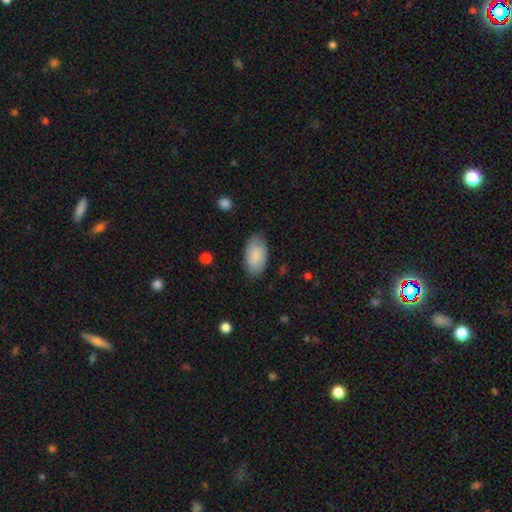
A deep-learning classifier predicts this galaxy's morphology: smooth-or-featured: smooth: 85% | featured or disk: 9% | star or artifact: 6%
  how-rounded: in between: 95% | round: 3% | cigar-shaped: 2%
  merging: none: 79% | minor disturbance: 16% | major disturbance: 4% | merger: 1%